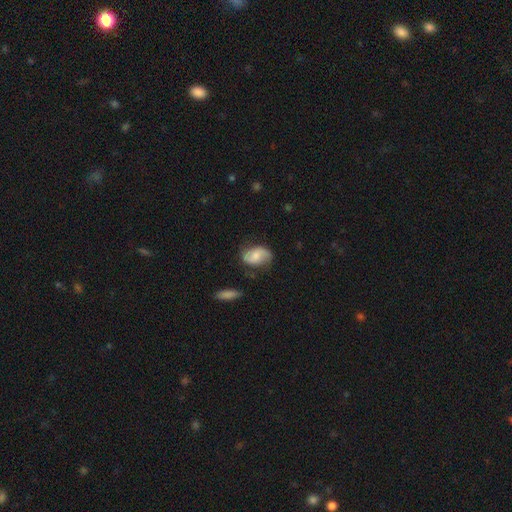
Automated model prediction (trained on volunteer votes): Smooth or featured: featured or disk — 51% (smooth — 42%)
Edge-on disk: no — 96% (yes — 4%)
Merging: none — 70% (minor disturbance — 21%)